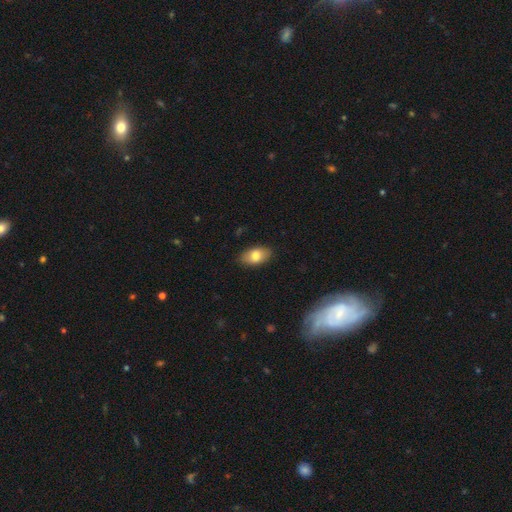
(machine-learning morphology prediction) This appears to be a smooth galaxy with no disk features (78%) that is in between round and cigar-shaped (92%). Merging: none (87%).